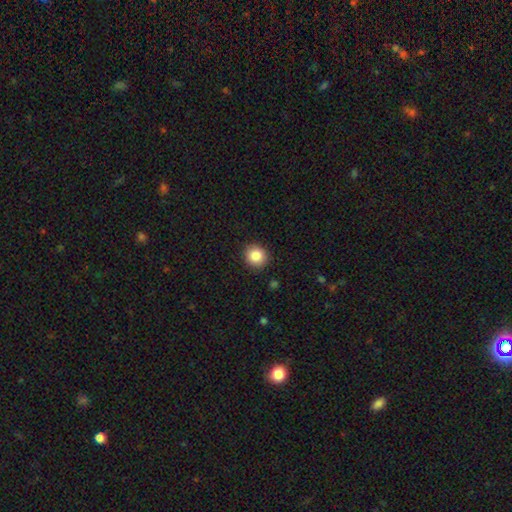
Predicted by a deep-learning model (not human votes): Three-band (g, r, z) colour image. It shows a smooth galaxy with no disk features (86%) that is round (88%). Merging: none (89%).